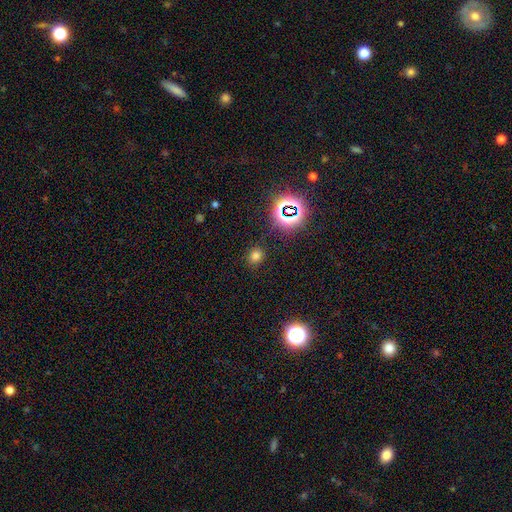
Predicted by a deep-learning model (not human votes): A smooth galaxy with no disk features (68%) that is round (75%).

Vote fractions:
- Smooth or featured? smooth: 68% / star or artifact: 26% / featured or disk: 6%
- How rounded? round: 75% / in between: 24% / cigar-shaped: 1%
- Merging? none: 85% / minor disturbance: 10% / major disturbance: 4% / merger: 2%